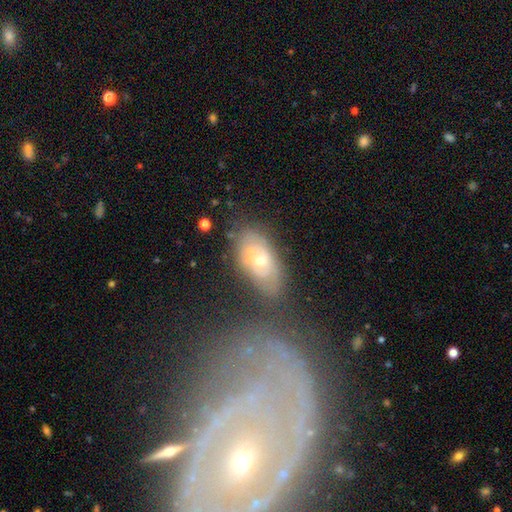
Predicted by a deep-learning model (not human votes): smooth-or-featured: featured or disk: 56% | smooth: 32% | star or artifact: 12%
  disk-edge-on: no: 90% | yes: 10%
    bar: no: 78% | weak: 16% | strong: 6%
    has-spiral-arms: yes: 61% | no: 39%
    bulge-size: small: 54% | moderate: 40% | large: 3% | none: 2% | dominant: 1%
  merging: none: 61% | minor disturbance: 18% | merger: 12% | major disturbance: 9%